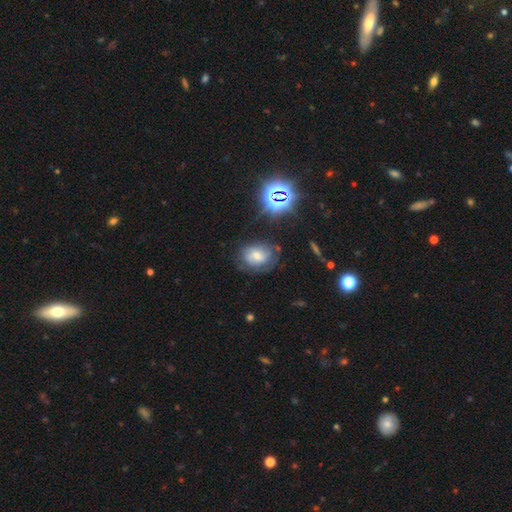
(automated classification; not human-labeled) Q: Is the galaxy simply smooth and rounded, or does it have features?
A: smooth — 43%.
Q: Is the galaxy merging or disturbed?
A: none — 62%.